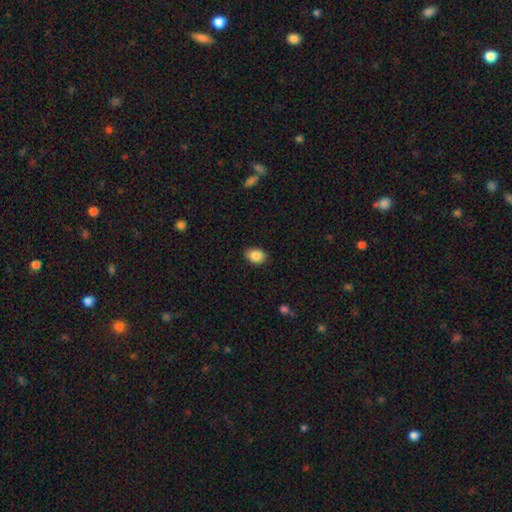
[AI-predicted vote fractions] smooth 88%, star or artifact 8%, featured or disk 4%. Down the decision tree: how rounded — in between (72%); merging — none (87%).